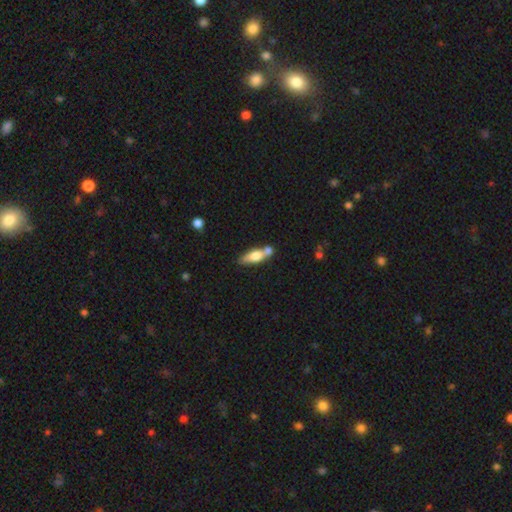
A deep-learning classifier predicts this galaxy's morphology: This is possibly a smooth galaxy (58%). How rounded: possibly cigar-shaped (49%). Merging: possibly none (51%).